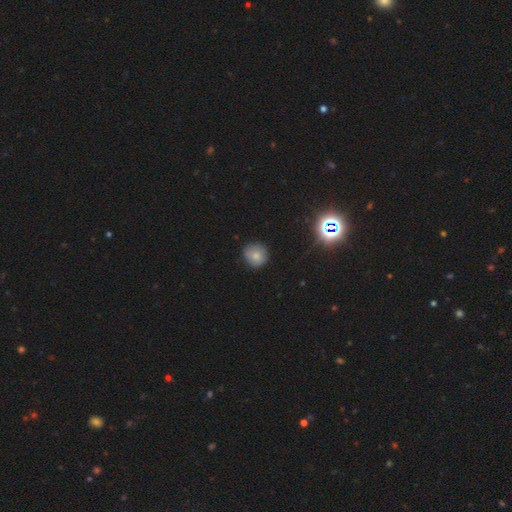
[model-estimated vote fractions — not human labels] Morphology: type=smooth (74%); roundness=round (91%); merging=none (83%).